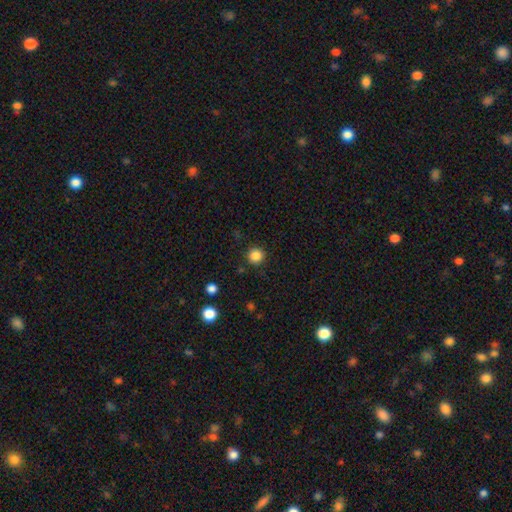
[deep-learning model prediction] A smooth galaxy with no disk features (85%) that is round (94%). Merging: none (90%).